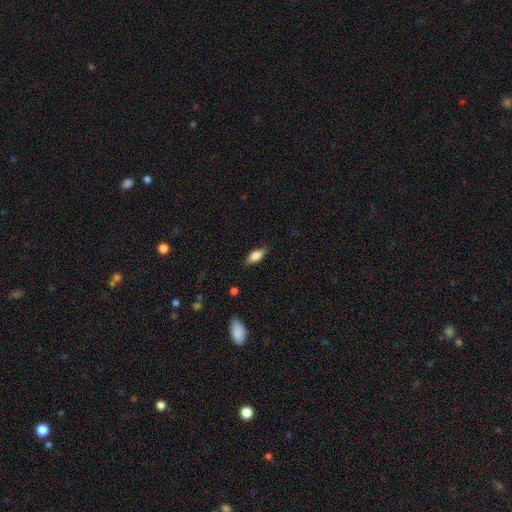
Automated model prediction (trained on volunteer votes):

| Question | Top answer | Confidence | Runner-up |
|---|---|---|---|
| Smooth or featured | smooth | 75% | featured or disk (18%) |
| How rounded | in between | 78% | cigar-shaped (19%) |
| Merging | none | 78% | minor disturbance (17%) |